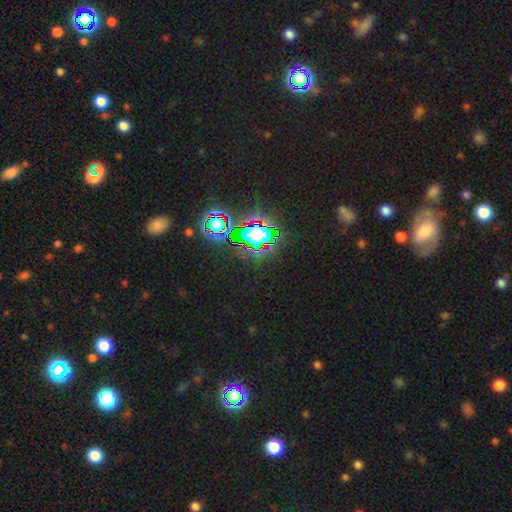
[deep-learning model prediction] This is likely a star or artifact rather than a galaxy (80%).